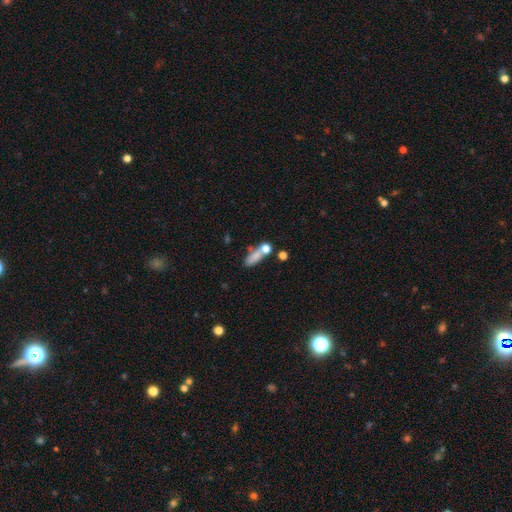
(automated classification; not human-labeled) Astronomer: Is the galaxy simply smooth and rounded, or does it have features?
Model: smooth — 70%.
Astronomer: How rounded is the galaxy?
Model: in between — 51% (runner-up: cigar-shaped, 37%).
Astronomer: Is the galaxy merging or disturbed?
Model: none — 42% (runner-up: merger, 31%).